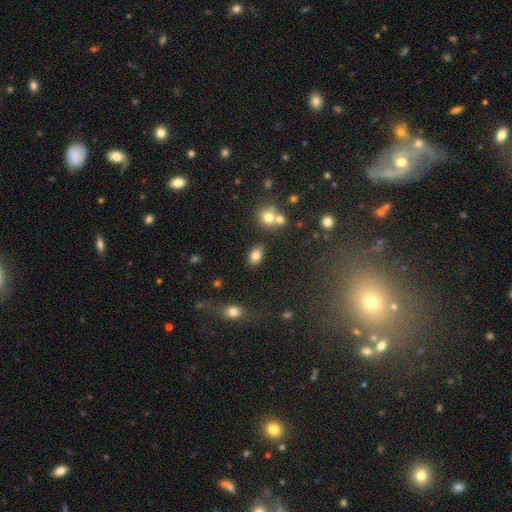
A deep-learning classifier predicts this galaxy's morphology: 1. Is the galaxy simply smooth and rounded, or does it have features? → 80% smooth, 11% star or artifact, 9% featured or disk.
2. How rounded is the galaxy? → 82% in between, 17% round, 2% cigar-shaped.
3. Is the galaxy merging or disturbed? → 78% none, 12% minor disturbance, 7% merger, 3% major disturbance.